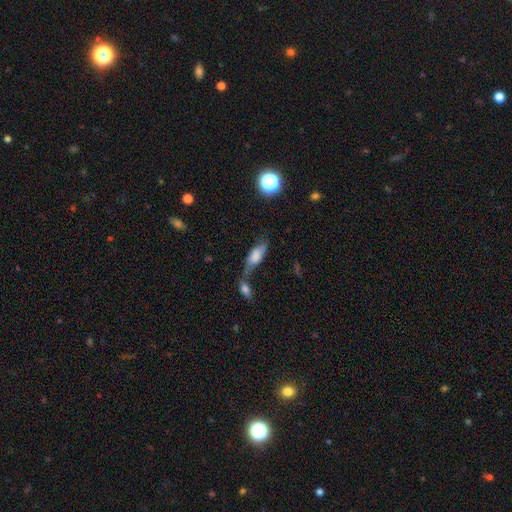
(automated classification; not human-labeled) Smooth or featured: smooth — 60% (featured or disk — 30%)
How rounded: in between — 70% (cigar-shaped — 26%)
Merging: merger — 42% (none — 28%)